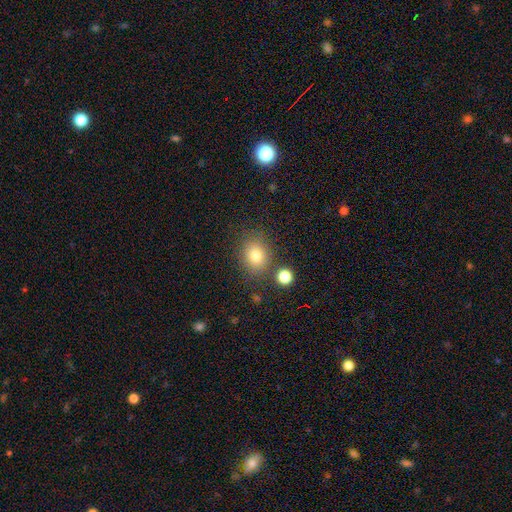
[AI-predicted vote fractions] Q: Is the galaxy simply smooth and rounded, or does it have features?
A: smooth — 80%.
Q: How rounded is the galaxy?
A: round — 54%.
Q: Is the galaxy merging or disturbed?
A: none — 75%.